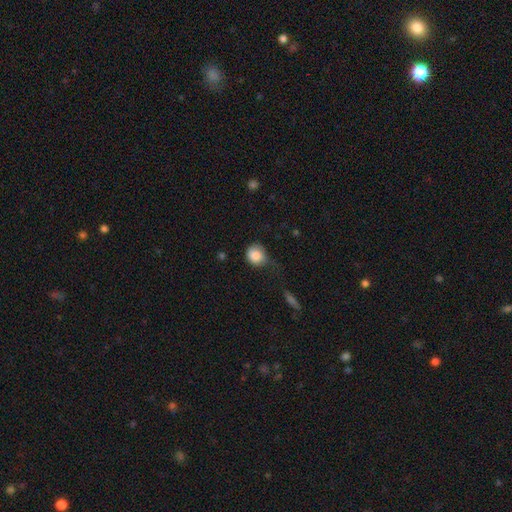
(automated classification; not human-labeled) This appears to be a smooth galaxy with no disk features (84%) that is round (79%). Merging: none (46%).